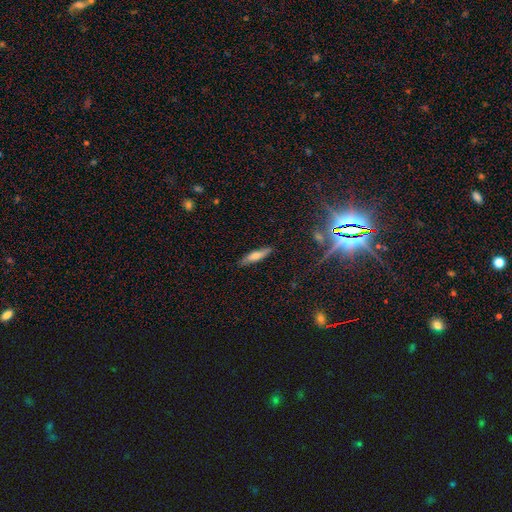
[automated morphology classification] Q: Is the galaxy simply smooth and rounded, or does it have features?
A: smooth — 63%.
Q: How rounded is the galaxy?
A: cigar-shaped — 76%.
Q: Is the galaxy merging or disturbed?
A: none — 85%.